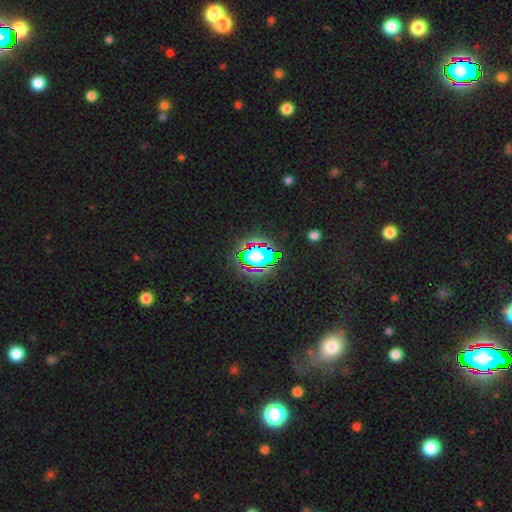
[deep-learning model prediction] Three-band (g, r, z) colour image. It shows a star or artifact, not a galaxy (54%).